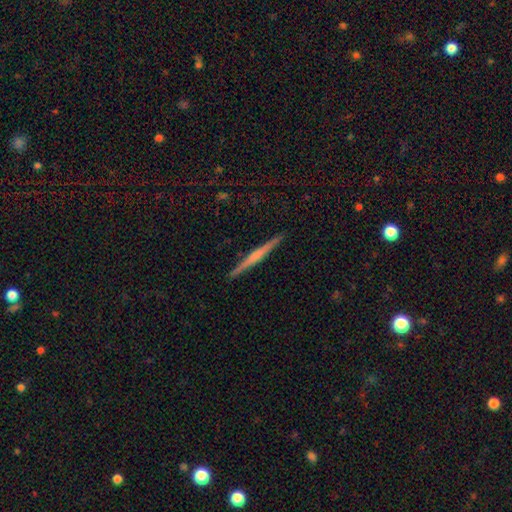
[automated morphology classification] Smooth or featured?
  - featured or disk: 64% *
  - smooth: 30%
  - star or artifact: 6%
Edge-on disk?
  - yes: 98% *
  - no: 2%
Edge-on bulge?
  - rounded: 42% *
  - none: 41%
  - boxy: 17%
Merging?
  - none: 92% *
  - minor disturbance: 6%
  - major disturbance: 1%
  - merger: 1%